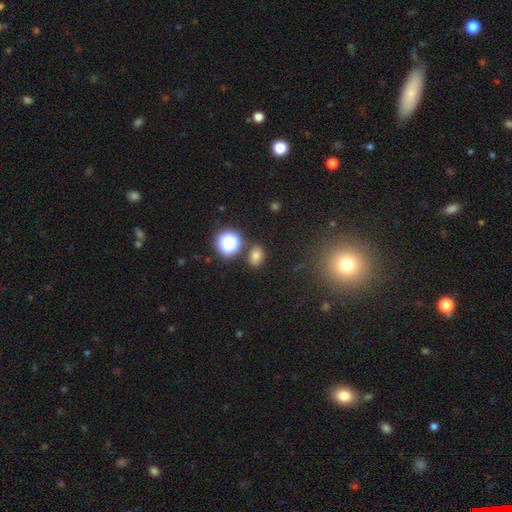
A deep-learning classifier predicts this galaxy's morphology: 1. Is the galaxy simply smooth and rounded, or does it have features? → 72% smooth, 20% star or artifact, 7% featured or disk.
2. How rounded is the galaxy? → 66% in between, 32% round, 1% cigar-shaped.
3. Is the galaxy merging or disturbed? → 82% none, 9% minor disturbance, 5% merger, 3% major disturbance.